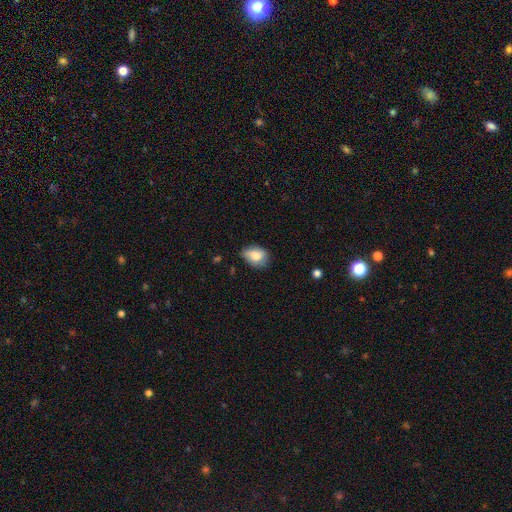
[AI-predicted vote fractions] Smooth or featured?
  - smooth: 76% *
  - featured or disk: 16%
  - star or artifact: 8%
How rounded?
  - in between: 72% *
  - round: 26%
  - cigar-shaped: 1%
Merging?
  - none: 64% *
  - minor disturbance: 29%
  - major disturbance: 5%
  - merger: 2%